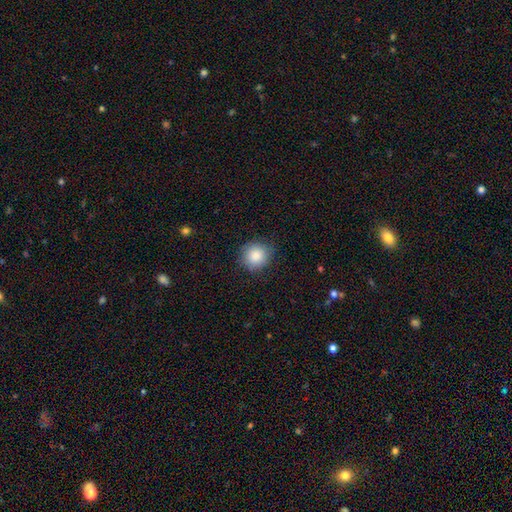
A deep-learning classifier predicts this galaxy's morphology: Overall: smooth (86%). How rounded: round (90%). Merging: none (83%).